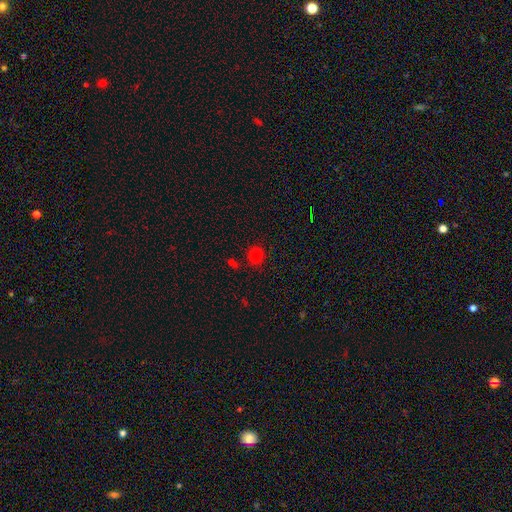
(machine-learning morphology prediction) type=smooth (77%); roundness=round (86%); merging=none (84%).